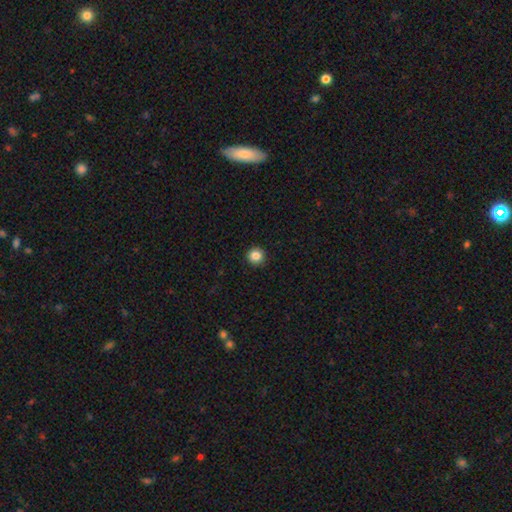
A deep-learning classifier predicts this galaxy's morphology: Q: Smooth or featured?
A: smooth (85%); runner-up: star or artifact (10%)
Q: How rounded?
A: round (95%); runner-up: in between (4%)
Q: Merging?
A: none (93%); runner-up: minor disturbance (4%)